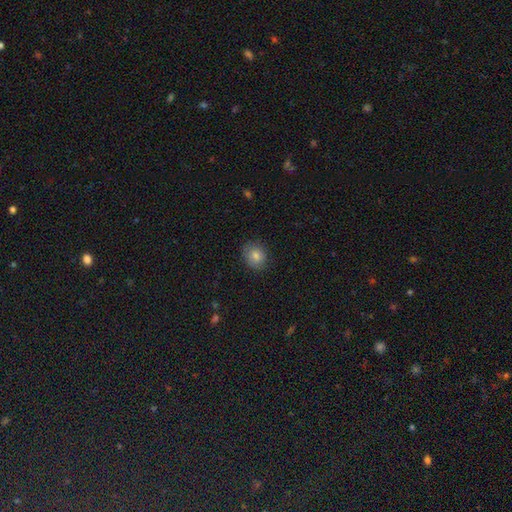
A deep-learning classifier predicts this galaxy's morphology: Smooth or featured? Predicted: smooth (p=0.79). How rounded? Predicted: round (p=0.74). Merging? Predicted: none (p=0.85).